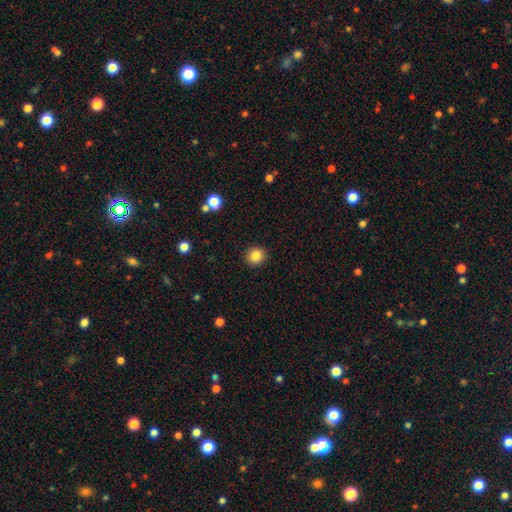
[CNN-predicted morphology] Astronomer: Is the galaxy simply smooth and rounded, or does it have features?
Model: smooth — 86%.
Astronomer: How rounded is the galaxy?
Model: round — 88%.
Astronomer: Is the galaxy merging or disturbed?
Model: none — 92%.